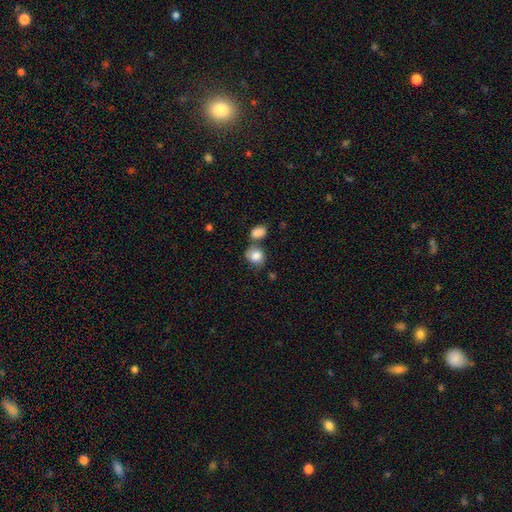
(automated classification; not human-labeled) Smooth or featured? Predicted: smooth (p=0.82). How rounded? Predicted: round (p=0.59). Merging? Predicted: none (p=0.46).